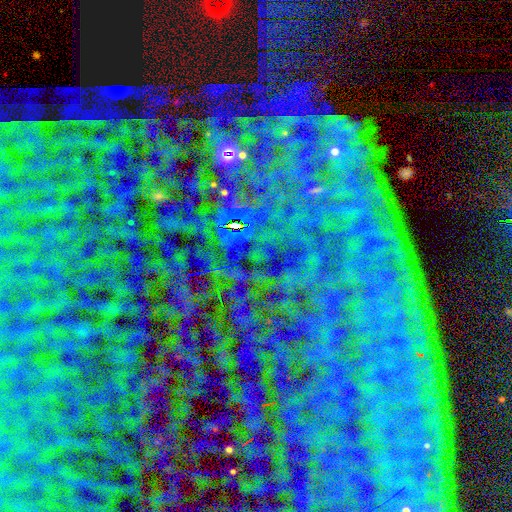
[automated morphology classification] Smooth or featured? Predicted: star or artifact (p=0.82).